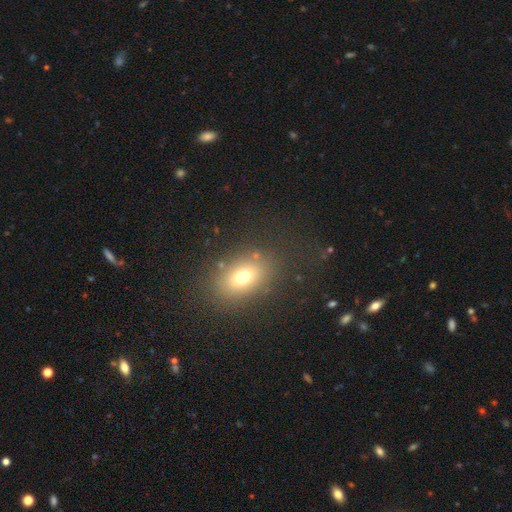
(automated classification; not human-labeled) Morphology: type=smooth (70%); roundness=in between (73%); merging=none (79%).